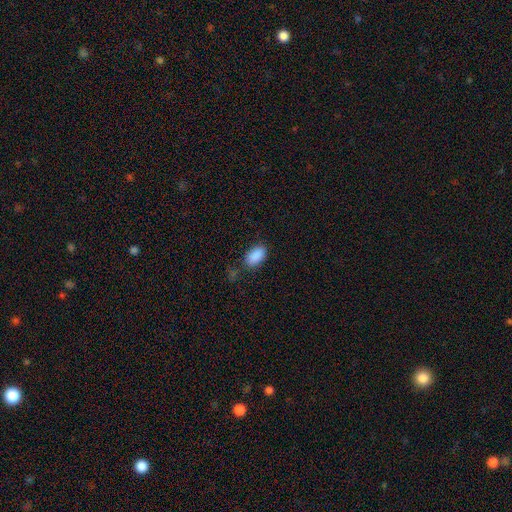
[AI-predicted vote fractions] The model was most divided on "merging": none: 76%, minor disturbance: 16%, major disturbance: 5%, merger: 3%. More confident: how rounded — in between (93%); smooth or featured — smooth (89%).